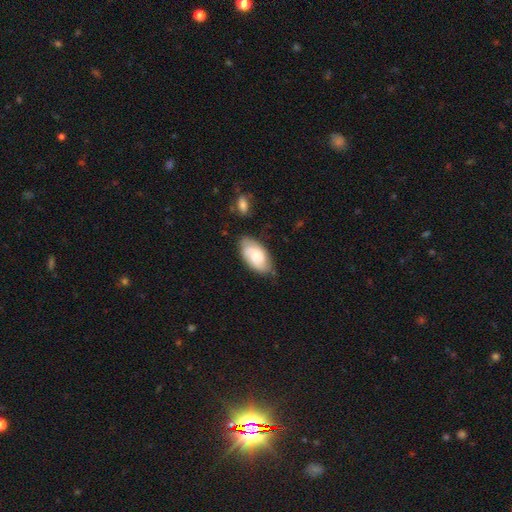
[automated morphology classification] type=smooth (53%); roundness=in between (93%); merging=none (71%).